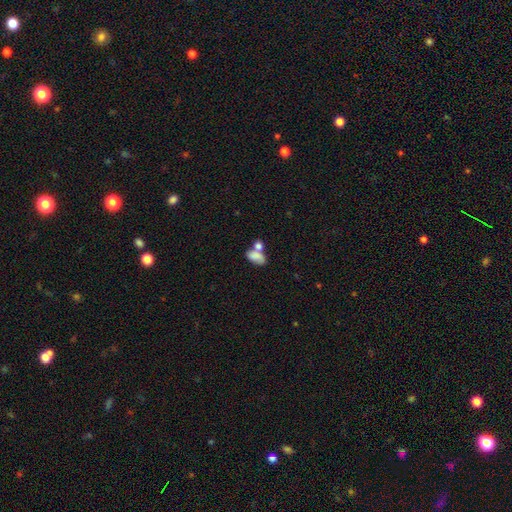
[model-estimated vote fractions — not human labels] This appears to be a smooth galaxy with no disk features (77%) that is in between round and cigar-shaped (88%). Merging: merger (50%).